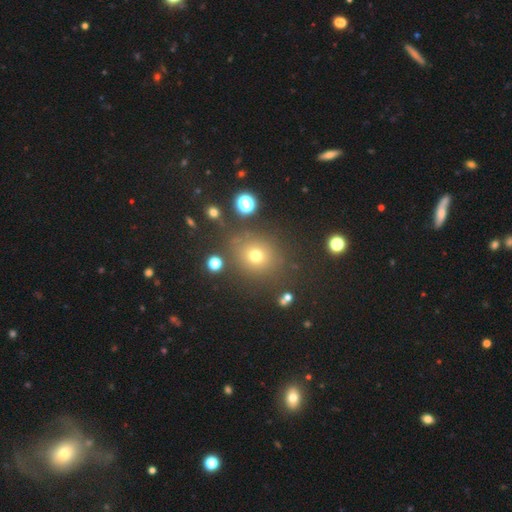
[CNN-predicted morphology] Smooth or featured?
  - smooth: 69% *
  - star or artifact: 21%
  - featured or disk: 10%
How rounded?
  - round: 83% *
  - in between: 16%
  - cigar-shaped: 1%
Merging?
  - none: 80% *
  - minor disturbance: 11%
  - major disturbance: 5%
  - merger: 5%